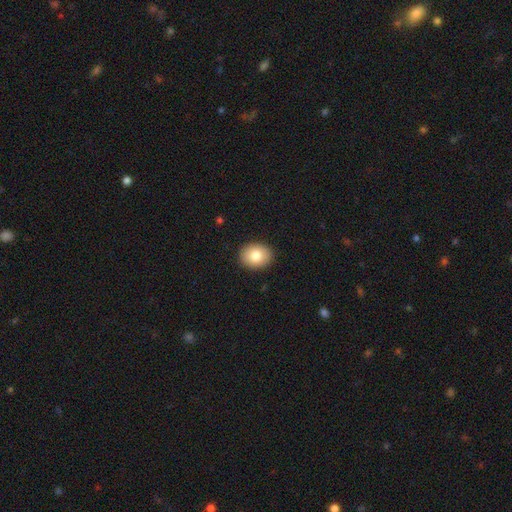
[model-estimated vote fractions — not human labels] smooth 81%, featured or disk 11%, star or artifact 8%. Down the decision tree: how rounded — in between (57%); merging — none (91%).